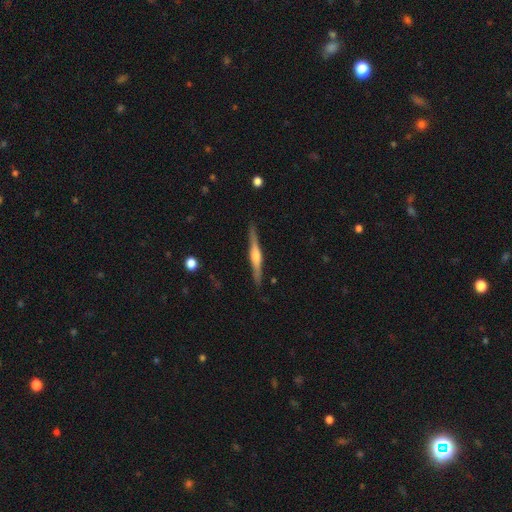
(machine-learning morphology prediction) Smooth or featured? Predicted: featured or disk (p=0.72). Edge-on disk? Predicted: yes (p=0.98). Edge-on bulge? Predicted: rounded (p=0.82). Merging? Predicted: none (p=0.89).